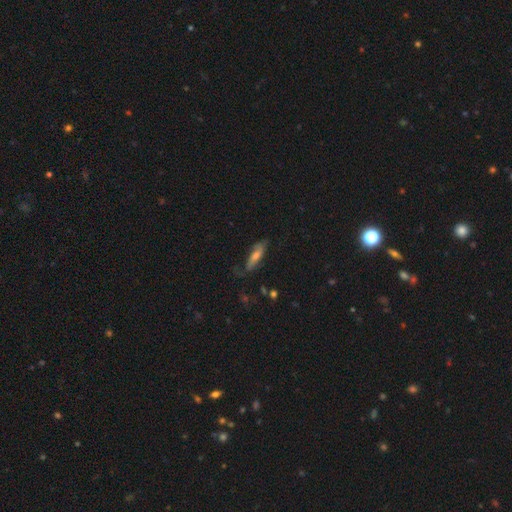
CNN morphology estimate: featured or disk 50%, smooth 42%, star or artifact 8%. Down the decision tree: merging — none (62%).